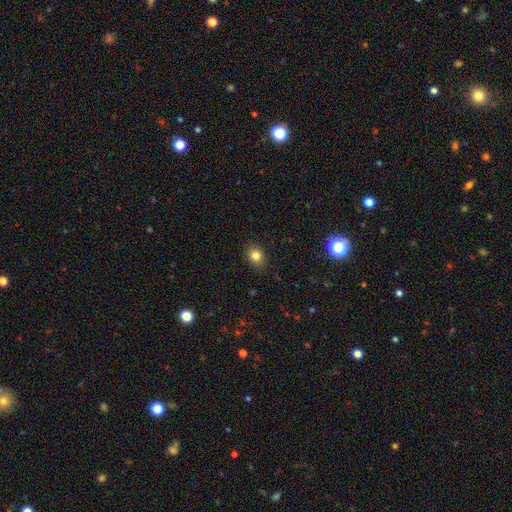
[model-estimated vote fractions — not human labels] Smooth or featured? Predicted: smooth (p=0.82). How rounded? Predicted: in between (p=0.52). Merging? Predicted: none (p=0.88).